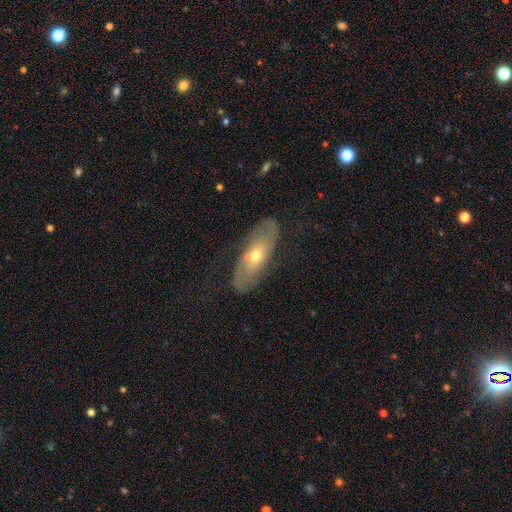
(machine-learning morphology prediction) Overall: featured or disk (61%; smooth 30%). Edge-on disk: no (73%). Merging: none (75%).